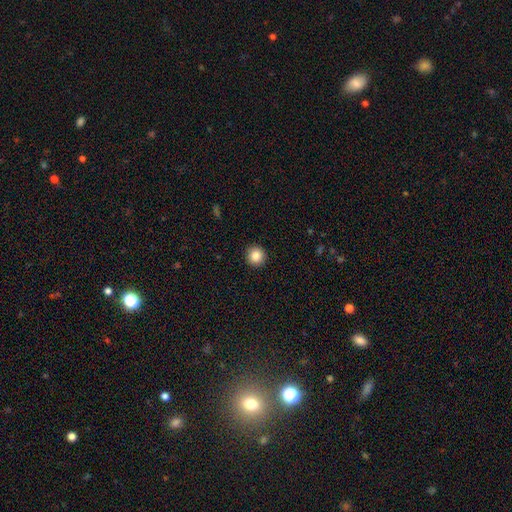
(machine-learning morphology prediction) Smooth or featured: smooth — 85% (star or artifact — 10%)
How rounded: round — 95% (in between — 4%)
Merging: none — 93% (minor disturbance — 5%)